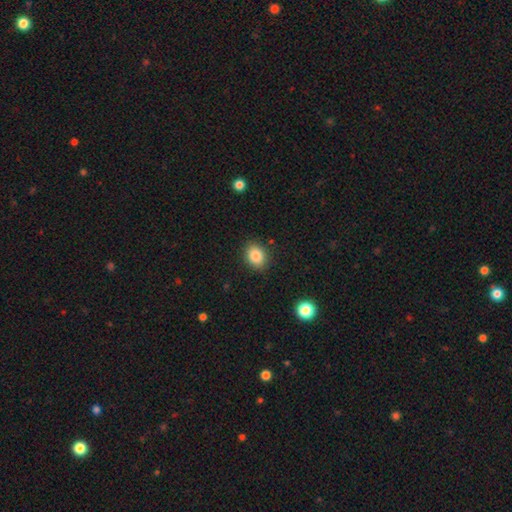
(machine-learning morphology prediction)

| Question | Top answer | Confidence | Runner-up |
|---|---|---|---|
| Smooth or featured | smooth | 85% | star or artifact (9%) |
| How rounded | in between | 57% | round (42%) |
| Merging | none | 87% | minor disturbance (9%) |